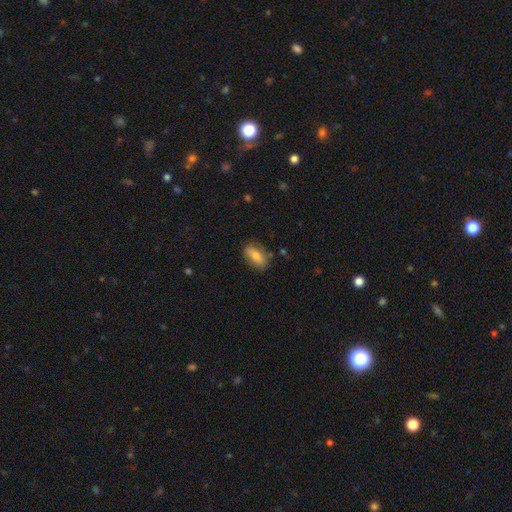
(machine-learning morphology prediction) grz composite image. It shows a smooth galaxy with no disk features (73%) that is in between round and cigar-shaped (85%). Merging: none (76%).